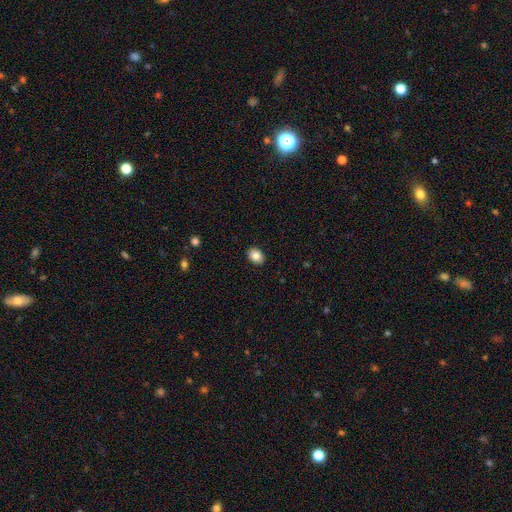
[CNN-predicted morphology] Smooth or featured? Predicted: smooth (p=0.85). How rounded? Predicted: in between (p=0.68). Merging? Predicted: none (p=0.90).